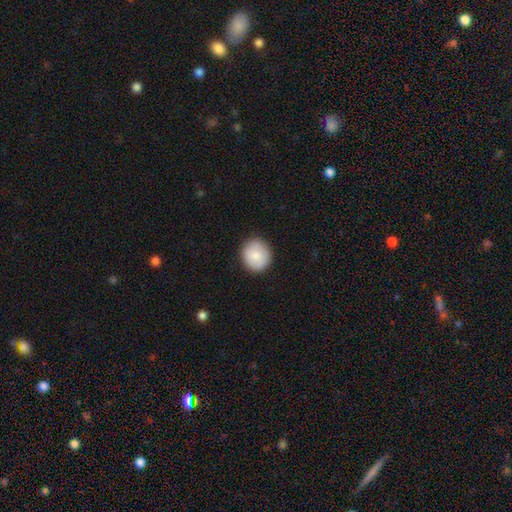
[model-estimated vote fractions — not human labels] smooth_or_featured: smooth (p=0.83) [alt: featured or disk p=0.10]
how_rounded: round (p=0.86) [alt: in between p=0.13]
merging: none (p=0.88) [alt: minor disturbance p=0.09]